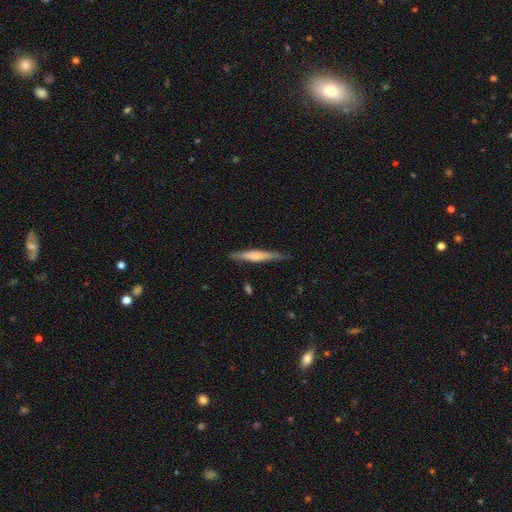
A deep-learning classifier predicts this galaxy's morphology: Smooth or featured: smooth — 53% (featured or disk — 41%)
How rounded: cigar-shaped — 92% (in between — 7%)
Merging: none — 81% (minor disturbance — 15%)